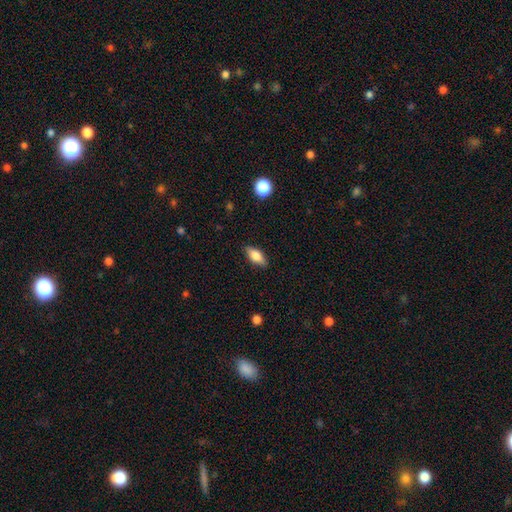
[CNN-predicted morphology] A smooth galaxy with no disk features (76%) that is in between round and cigar-shaped (83%). Merging: none (87%).